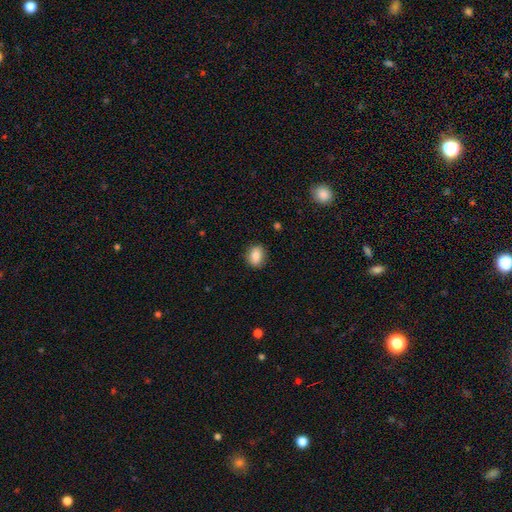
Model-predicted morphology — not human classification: smooth-or-featured: smooth: 86% | star or artifact: 8% | featured or disk: 6%
  how-rounded: in between: 59% | round: 39% | cigar-shaped: 1%
  merging: none: 87% | minor disturbance: 10% | major disturbance: 2% | merger: 1%